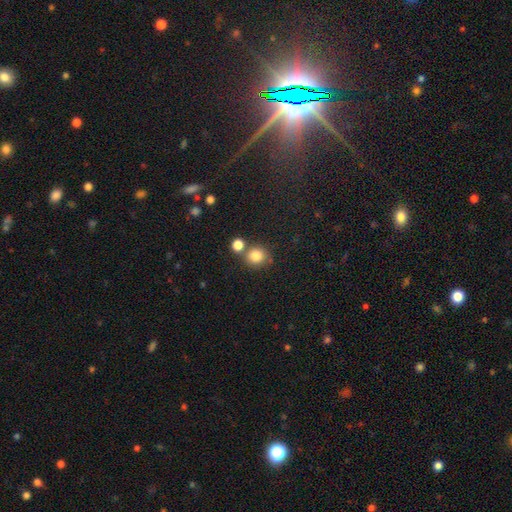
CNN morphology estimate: Q: Smooth or featured?
A: smooth (82%); runner-up: star or artifact (11%)
Q: How rounded?
A: round (88%); runner-up: in between (12%)
Q: Merging?
A: none (65%); runner-up: merger (22%)